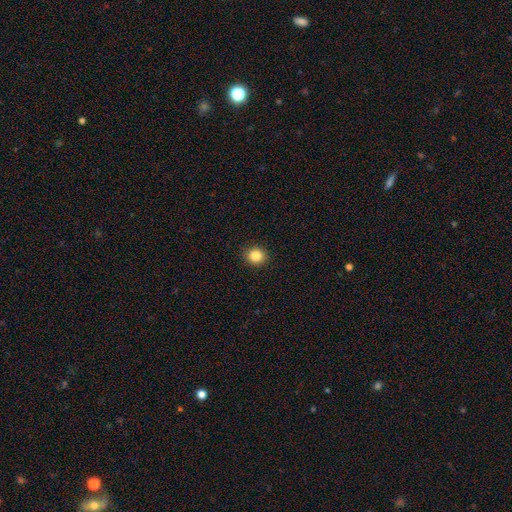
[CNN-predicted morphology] Smooth or featured: smooth — 85% (star or artifact — 11%)
How rounded: round — 87% (in between — 12%)
Merging: none — 92% (minor disturbance — 5%)